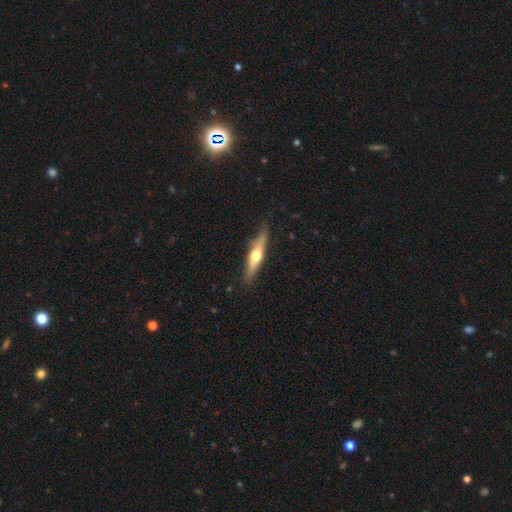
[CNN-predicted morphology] A featured or disk galaxy (60%) viewed edge-on (95%) with a rounded central bulge (92%).

Vote fractions:
- Smooth or featured? featured or disk: 60% / smooth: 35% / star or artifact: 5%
- Edge-on disk? yes: 95% / no: 5%
- Edge-on bulge? rounded: 92% / boxy: 4% / none: 4%
- Merging? none: 81% / minor disturbance: 14% / major disturbance: 3% / merger: 2%